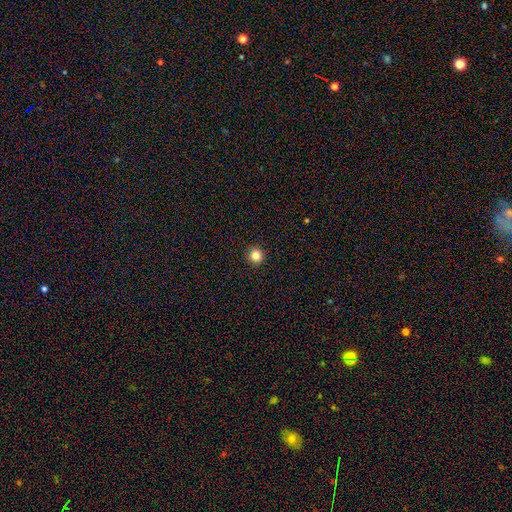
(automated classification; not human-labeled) This is clearly a smooth galaxy (83%). How rounded: clearly round (96%). Merging: clearly none (94%).